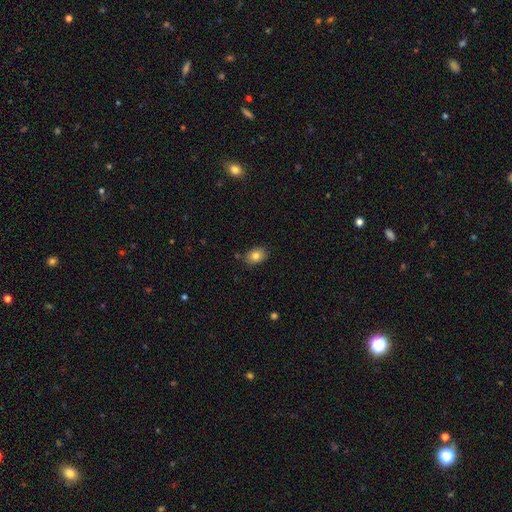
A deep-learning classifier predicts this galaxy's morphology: A smooth galaxy with no disk features (82%) that is in between round and cigar-shaped (70%). Merging: none (82%).